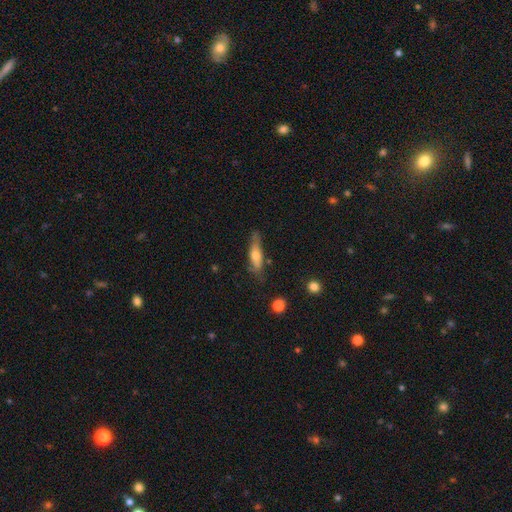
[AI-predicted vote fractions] Smooth or featured? Predicted: smooth (p=0.55). How rounded? Predicted: cigar-shaped (p=0.59). Merging? Predicted: none (p=0.62).